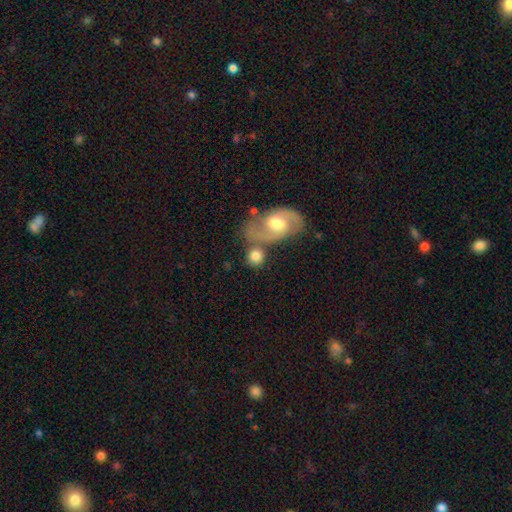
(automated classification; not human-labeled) Morphology: type=smooth (72%); roundness=round (71%); merging=none (58%).